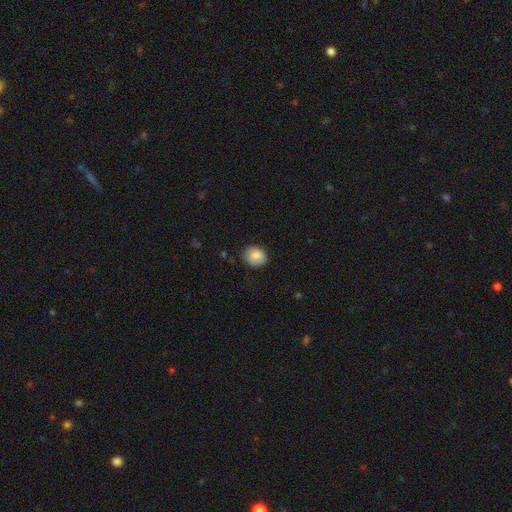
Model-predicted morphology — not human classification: Q: Smooth or featured?
A: smooth (82%); runner-up: featured or disk (11%)
Q: How rounded?
A: round (61%); runner-up: in between (38%)
Q: Merging?
A: none (80%); runner-up: minor disturbance (16%)